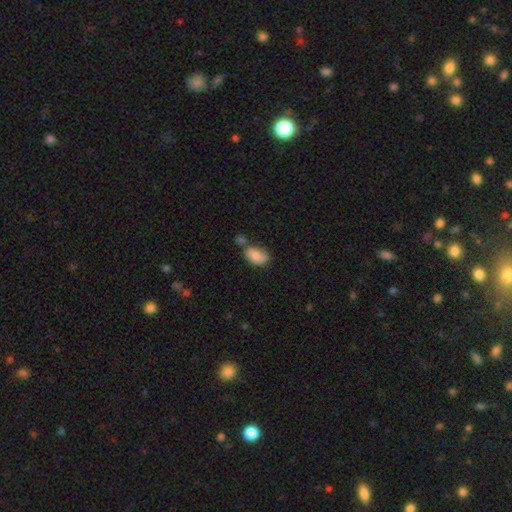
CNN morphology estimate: smooth_or_featured: smooth (p=0.82) [alt: featured or disk p=0.10]
how_rounded: in between (p=0.89) [alt: round p=0.10]
merging: none (p=0.48) [alt: minor disturbance p=0.25]